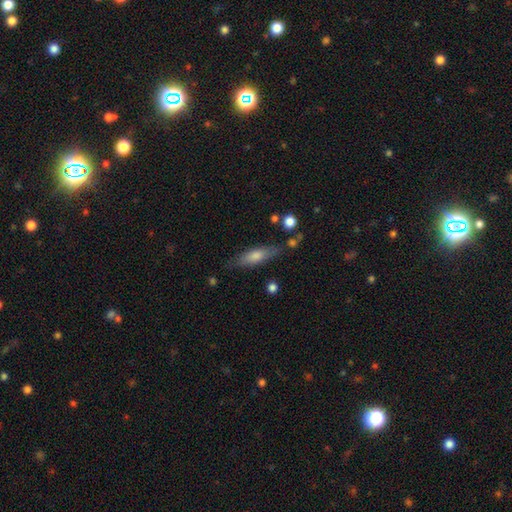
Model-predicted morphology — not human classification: smooth 61%, featured or disk 32%, star or artifact 7%. Down the decision tree: how rounded — cigar-shaped (59%); merging — none (74%).